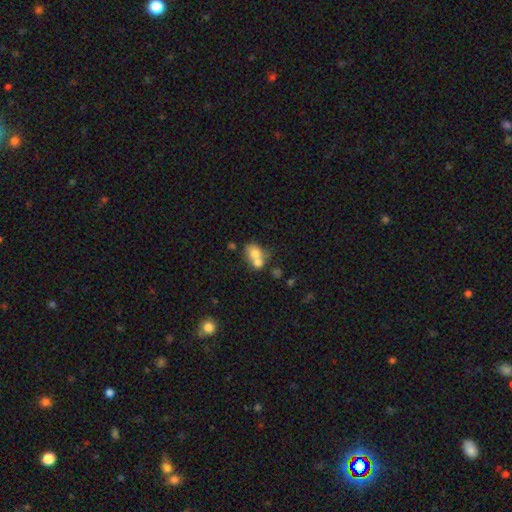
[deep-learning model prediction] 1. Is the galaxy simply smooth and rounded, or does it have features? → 69% smooth, 21% featured or disk, 10% star or artifact.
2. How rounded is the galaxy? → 52% round, 47% in between, 1% cigar-shaped.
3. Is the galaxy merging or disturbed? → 66% merger, 22% none, 7% minor disturbance, 4% major disturbance.